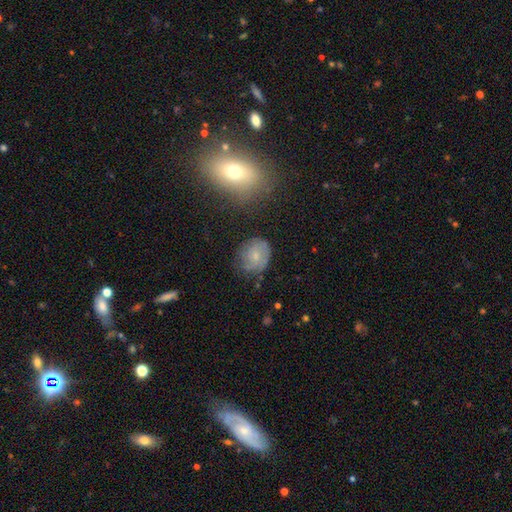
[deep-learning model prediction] Smooth or featured?
  - featured or disk: 46% *
  - smooth: 44%
  - star or artifact: 10%
Merging?
  - none: 65% *
  - minor disturbance: 24%
  - major disturbance: 9%
  - merger: 2%